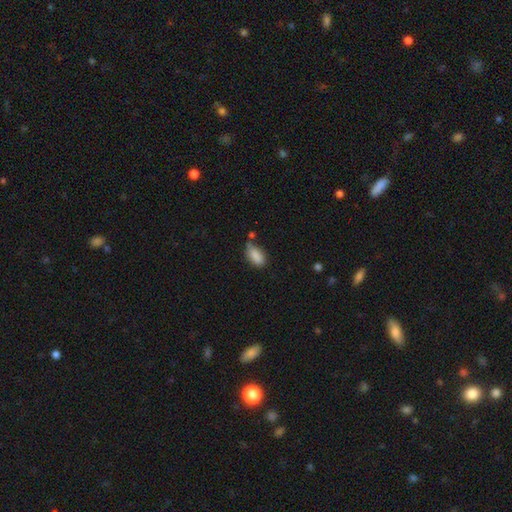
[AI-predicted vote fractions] Morphology: type=smooth (87%); roundness=in between (90%); merging=none (55%).